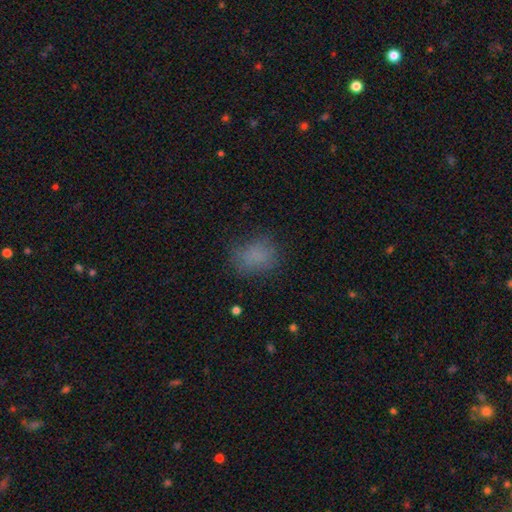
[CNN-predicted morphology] Smooth or featured: smooth — 77% (star or artifact — 15%)
How rounded: round — 52% (in between — 46%)
Merging: none — 73% (minor disturbance — 17%)